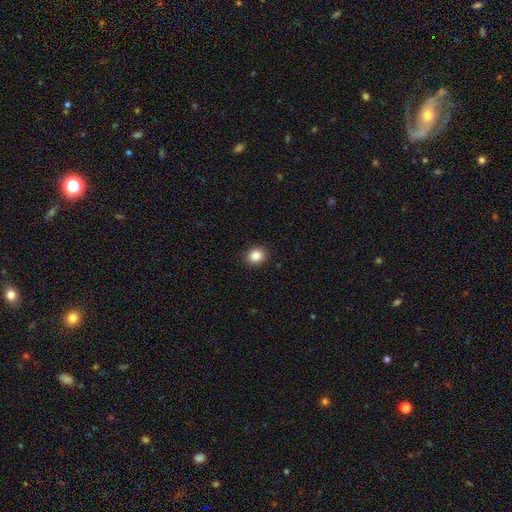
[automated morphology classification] Smooth or featured?
  - smooth: 86% *
  - star or artifact: 10%
  - featured or disk: 5%
How rounded?
  - round: 65% *
  - in between: 34%
  - cigar-shaped: 1%
Merging?
  - none: 90% *
  - minor disturbance: 7%
  - major disturbance: 2%
  - merger: 1%